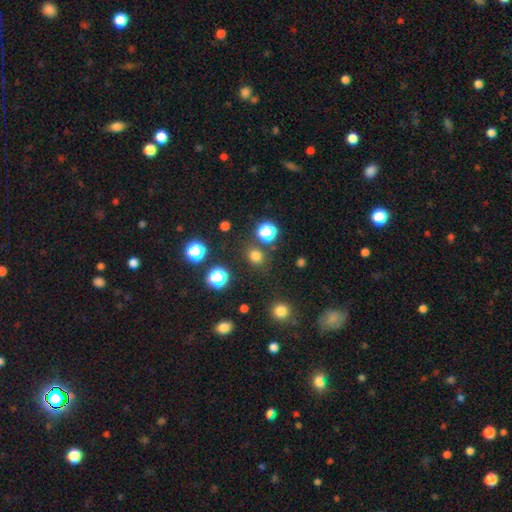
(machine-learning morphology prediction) Overall: smooth (74%). How rounded: round (82%). Merging: none (83%).